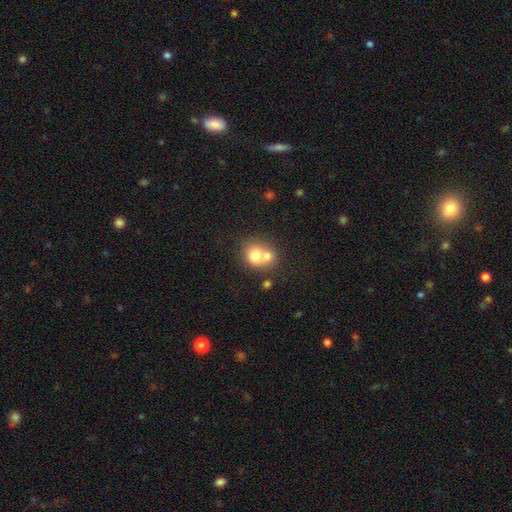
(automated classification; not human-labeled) This appears to be a smooth galaxy with no disk features (71%) that is round (71%). Merging: merger (60%).